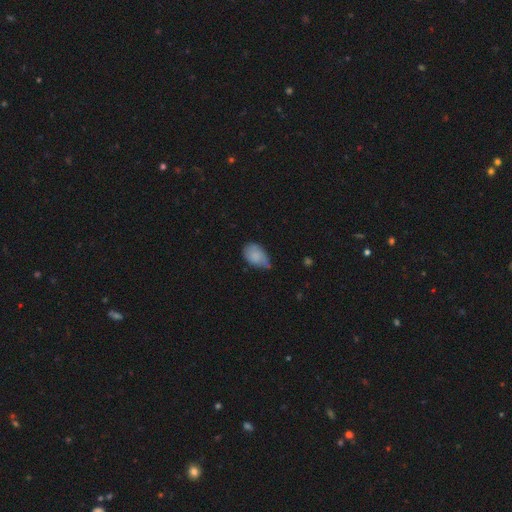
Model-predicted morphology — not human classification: The model was most divided on "merging": minor disturbance: 52%, none: 32%, major disturbance: 12%, merger: 3%. More confident: how rounded — in between (87%); smooth or featured — smooth (80%).